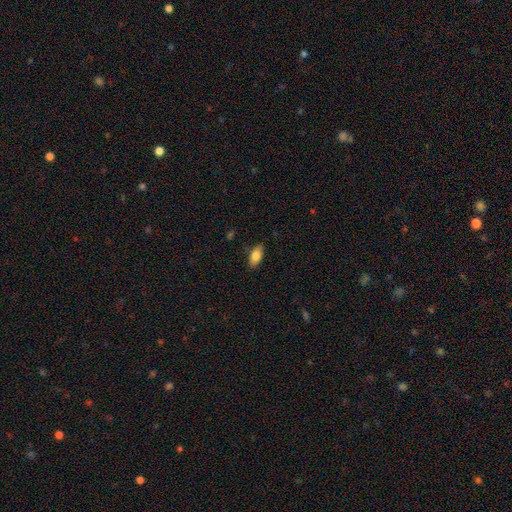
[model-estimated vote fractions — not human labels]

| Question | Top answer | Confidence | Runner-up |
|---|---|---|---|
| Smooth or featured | smooth | 81% | featured or disk (12%) |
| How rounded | in between | 87% | cigar-shaped (10%) |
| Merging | none | 84% | minor disturbance (12%) |